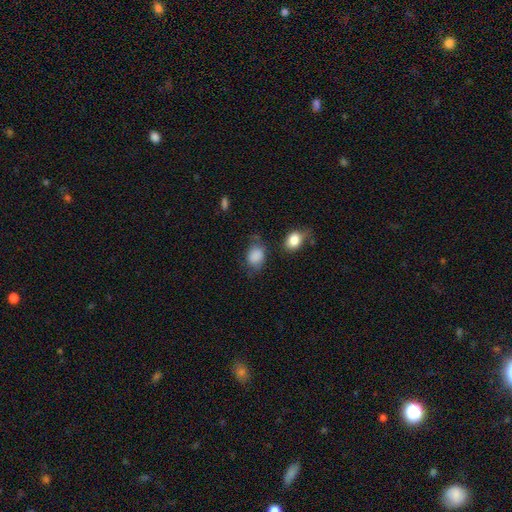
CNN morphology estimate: smooth 85%, star or artifact 9%, featured or disk 7%. Down the decision tree: how rounded — in between (57%); merging — none (55%).